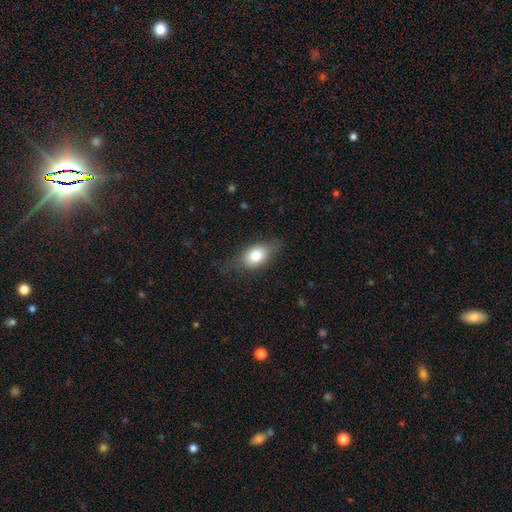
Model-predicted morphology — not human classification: This is likely a smooth galaxy (74%). How rounded: likely in between (77%). Merging: likely none (67%).